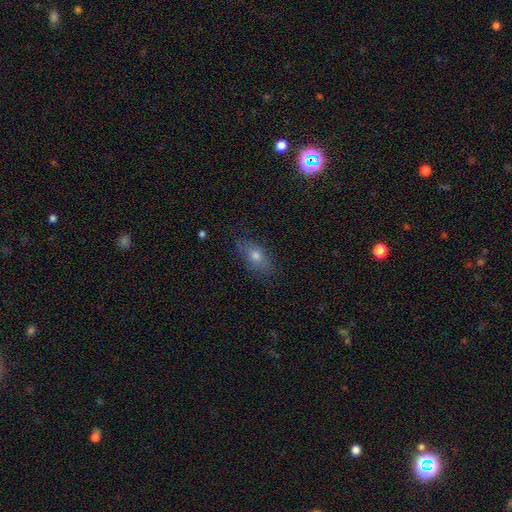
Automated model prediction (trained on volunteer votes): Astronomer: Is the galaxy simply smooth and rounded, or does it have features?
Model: smooth — 62%.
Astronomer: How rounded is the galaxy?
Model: in between — 77%.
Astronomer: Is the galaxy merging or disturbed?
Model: none — 78%.